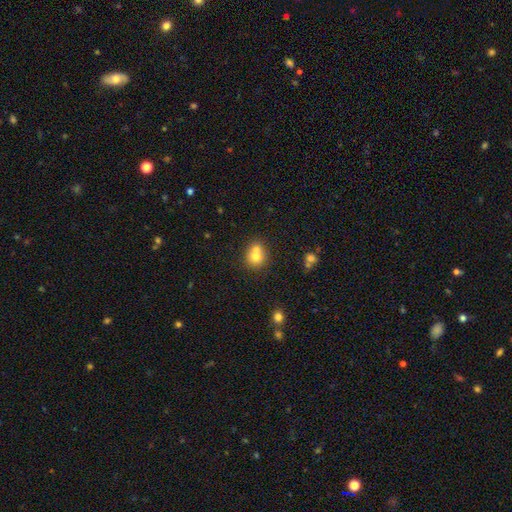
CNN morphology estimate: smooth 71%, featured or disk 17%, star or artifact 12%. Down the decision tree: how rounded — round (78%); merging — merger (48%).